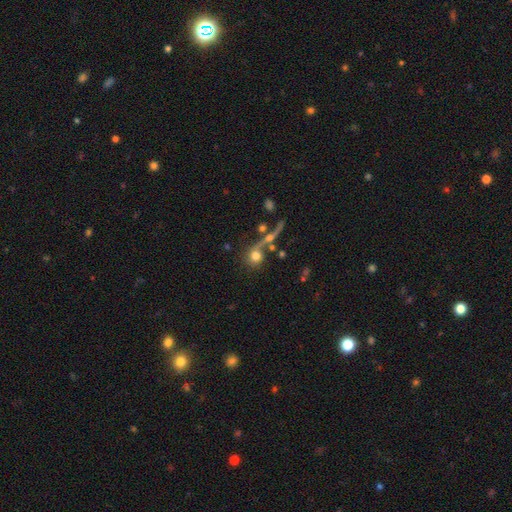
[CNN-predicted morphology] This is likely a smooth galaxy (67%). How rounded: clearly round (87%). Merging: possibly none (50%).